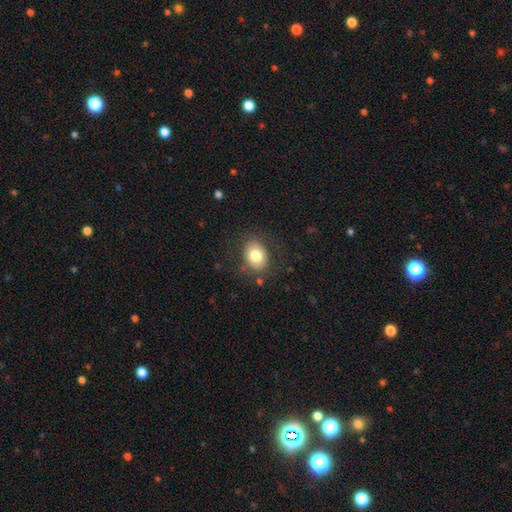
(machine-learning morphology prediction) Smooth or featured?
  - smooth: 78% *
  - featured or disk: 13%
  - star or artifact: 9%
How rounded?
  - in between: 55% *
  - round: 44%
  - cigar-shaped: 1%
Merging?
  - none: 81% *
  - minor disturbance: 12%
  - major disturbance: 6%
  - merger: 1%